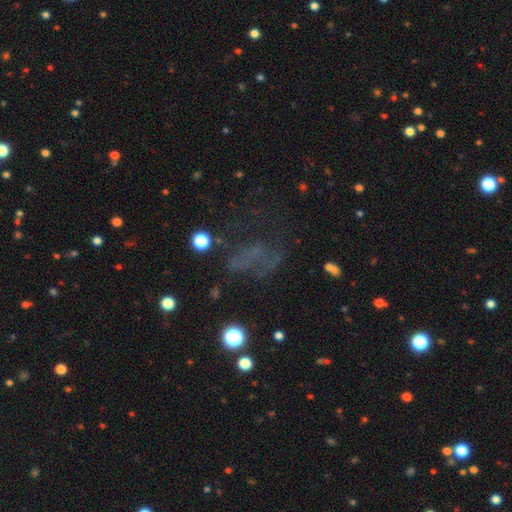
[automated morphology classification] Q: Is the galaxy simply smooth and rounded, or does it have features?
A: star or artifact — 39%.